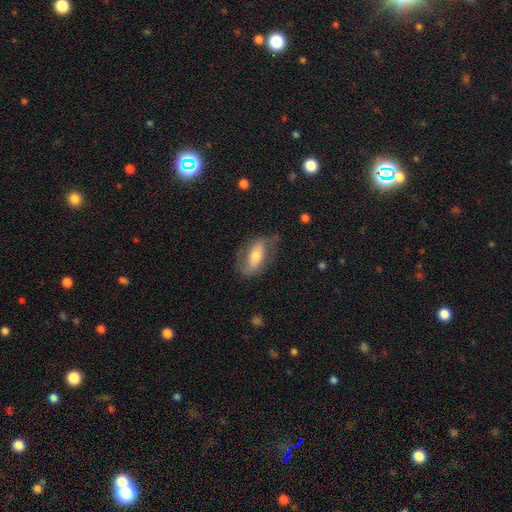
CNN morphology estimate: smooth-or-featured: featured or disk: 56% | smooth: 35% | star or artifact: 8%
  disk-edge-on: no: 88% | yes: 12%
  merging: none: 68% | minor disturbance: 20% | major disturbance: 10% | merger: 2%